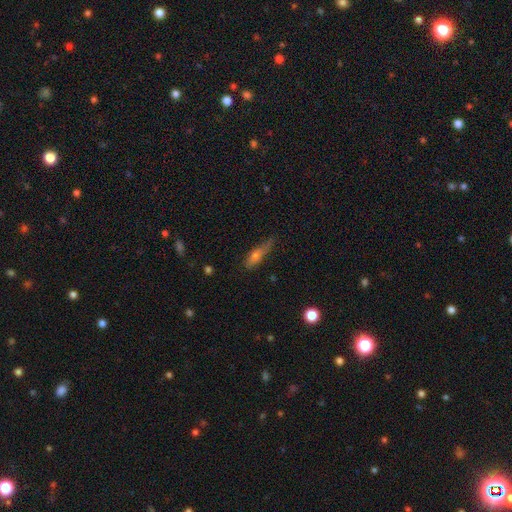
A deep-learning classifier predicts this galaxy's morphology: type=smooth (58%); roundness=cigar-shaped (67%); merging=none (51%).